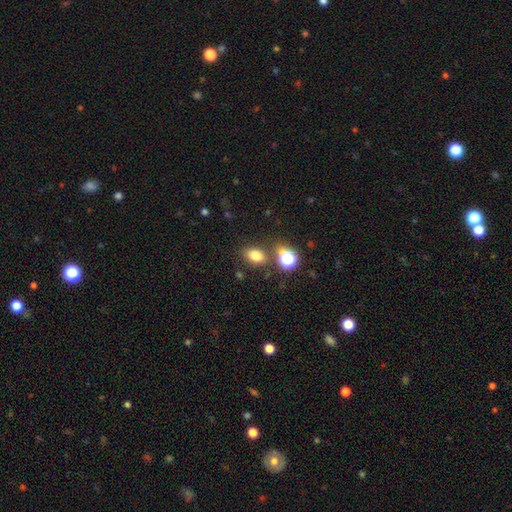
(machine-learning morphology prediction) type=smooth (76%); roundness=in between (77%); merging=none (75%).